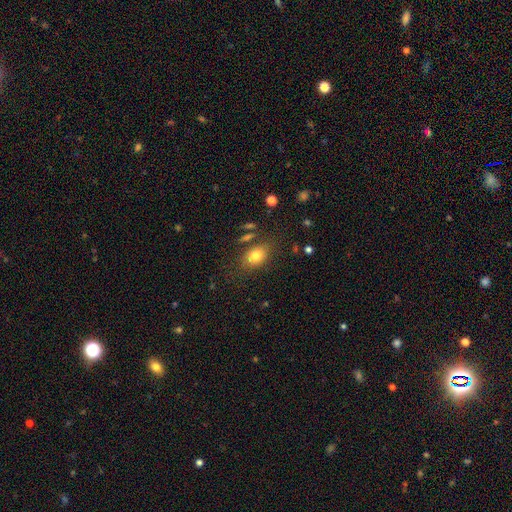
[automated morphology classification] A smooth galaxy with no disk features (77%) that is in between round and cigar-shaped (75%).

Vote fractions:
- Smooth or featured? smooth: 77% / featured or disk: 12% / star or artifact: 10%
- How rounded? in between: 75% / round: 23% / cigar-shaped: 2%
- Merging? none: 74% / minor disturbance: 15% / major disturbance: 6% / merger: 5%